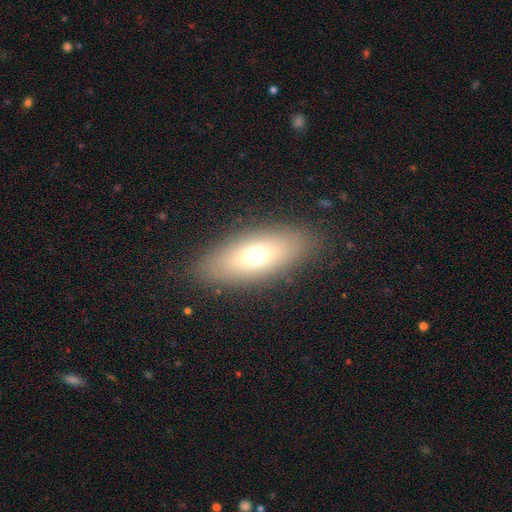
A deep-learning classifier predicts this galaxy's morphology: This is likely a smooth galaxy (66%). How rounded: likely in between (75%). Merging: clearly none (86%).